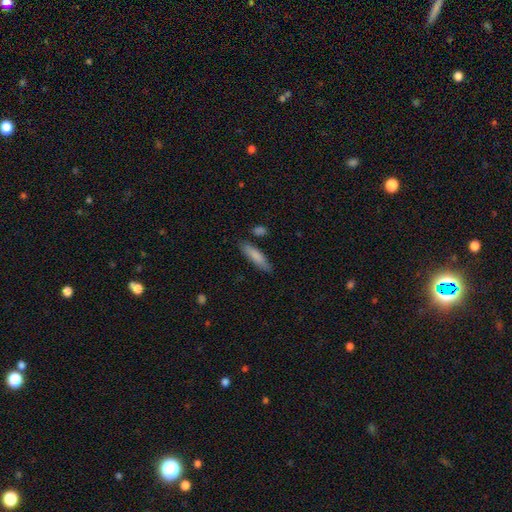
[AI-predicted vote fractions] smooth 81%, featured or disk 13%, star or artifact 6%. Down the decision tree: how rounded — cigar-shaped (77%); merging — none (81%).